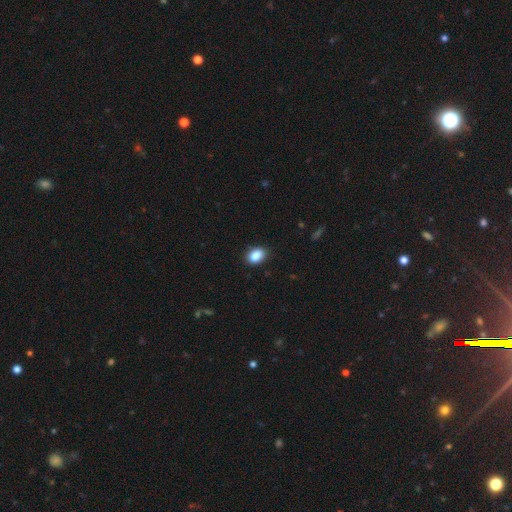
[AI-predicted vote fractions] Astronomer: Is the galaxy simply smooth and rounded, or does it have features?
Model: smooth — 88%.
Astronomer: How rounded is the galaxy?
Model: in between — 80%.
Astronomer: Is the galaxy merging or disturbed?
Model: none — 87%.